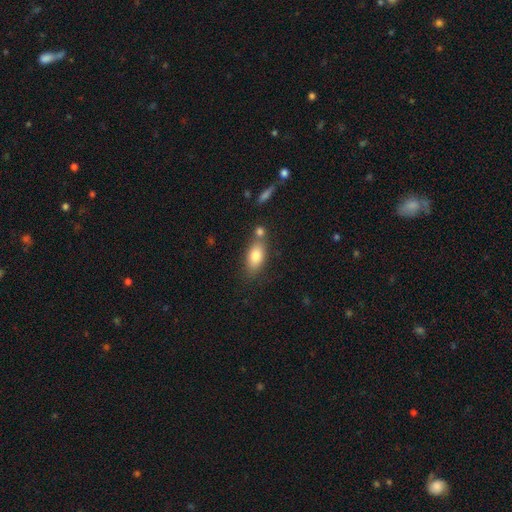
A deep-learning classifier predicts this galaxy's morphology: Smooth or featured? Predicted: smooth (p=0.80). How rounded? Predicted: in between (p=0.86). Merging? Predicted: none (p=0.60).